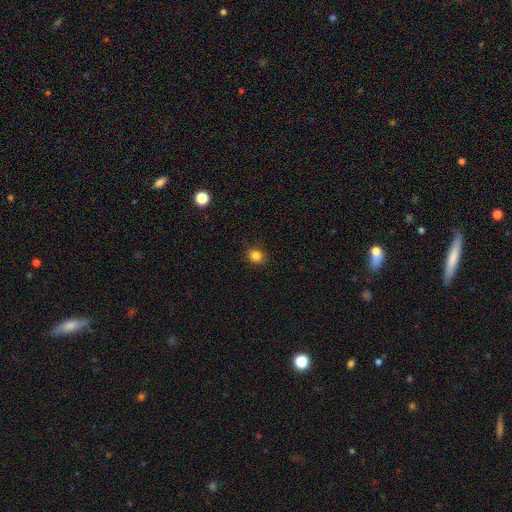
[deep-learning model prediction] The model was most divided on "how rounded": round: 80%, in between: 19%, cigar-shaped: 1%. More confident: merging — none (88%); smooth or featured — smooth (83%).